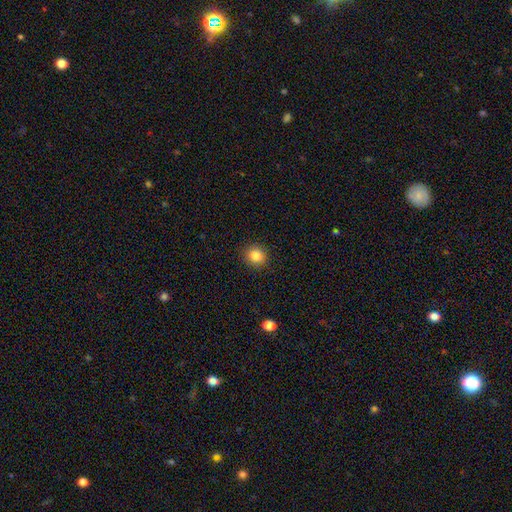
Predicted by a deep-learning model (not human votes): Smooth or featured? Predicted: smooth (p=0.85). How rounded? Predicted: round (p=0.85). Merging? Predicted: none (p=0.90).